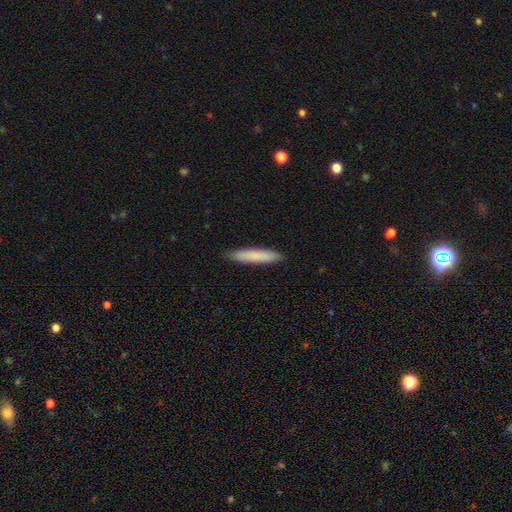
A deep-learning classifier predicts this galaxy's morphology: This is likely a smooth galaxy (80%). How rounded: clearly cigar-shaped (91%). Merging: clearly none (90%).